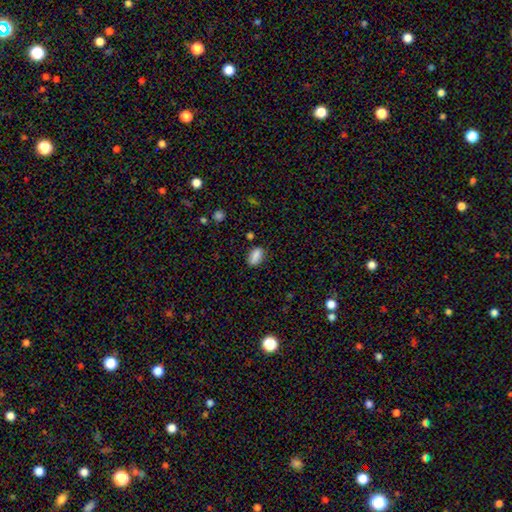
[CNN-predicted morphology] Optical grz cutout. It shows a smooth galaxy with no disk features (84%) that is in between round and cigar-shaped (88%). Merging: none (75%).